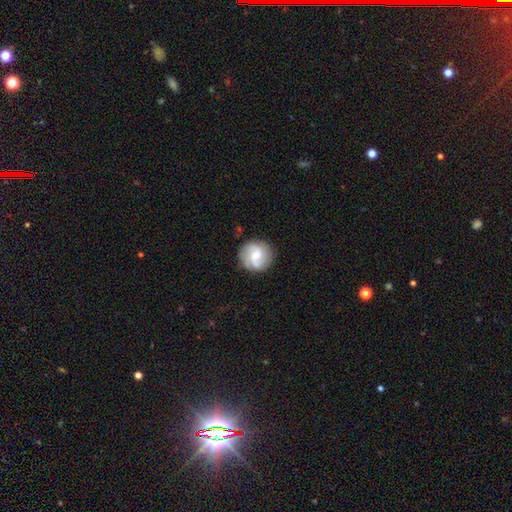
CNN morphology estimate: Q: Smooth or featured?
A: featured or disk (65%); runner-up: smooth (29%)
Q: Edge-on disk?
A: no (98%); runner-up: yes (2%)
Q: Bar?
A: weak (46%); runner-up: no (45%)
Q: Spiral arms?
A: yes (92%); runner-up: no (8%)
Q: Spiral winding?
A: medium (44%); runner-up: tight (35%)
Q: Spiral arm count?
A: 2 (60%); runner-up: 3 (15%)
Q: Bulge size?
A: moderate (51%); runner-up: small (41%)
Q: Merging?
A: none (83%); runner-up: minor disturbance (12%)